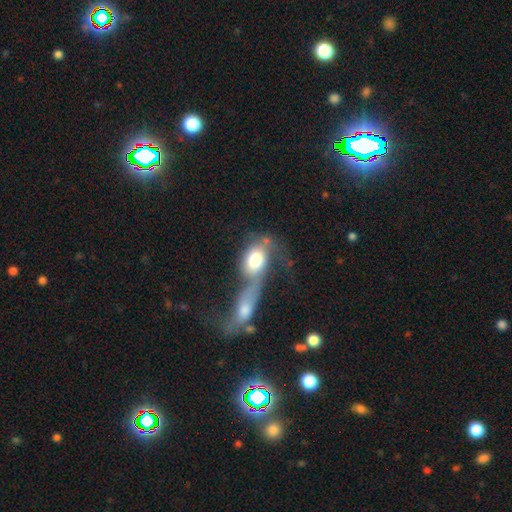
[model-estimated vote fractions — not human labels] The model was most divided on "smooth or featured": smooth: 65%, featured or disk: 28%, star or artifact: 7%. More confident: how rounded — in between (74%); merging — merger (69%).